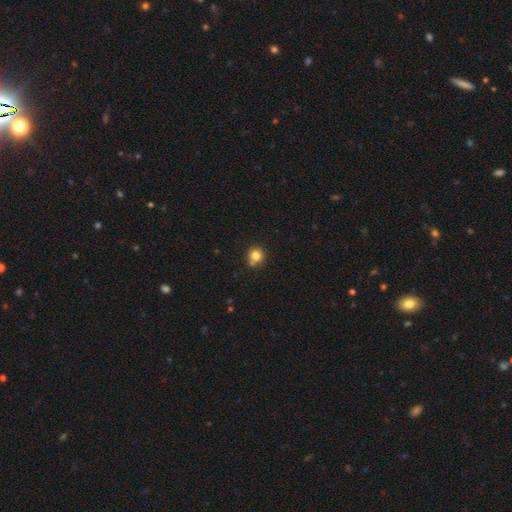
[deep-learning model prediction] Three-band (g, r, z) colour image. It shows a smooth galaxy with no disk features (81%) that is round (91%). Merging: none (70%).